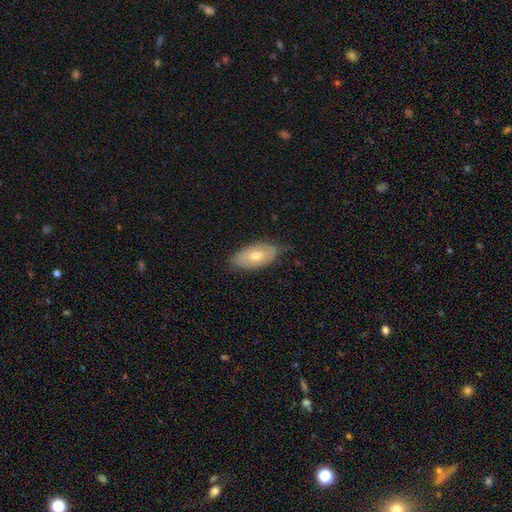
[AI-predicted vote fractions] Morphology: type=smooth (61%); roundness=in between (92%); merging=none (70%).